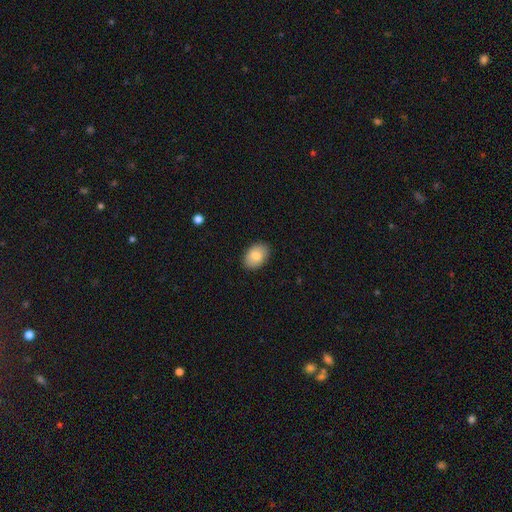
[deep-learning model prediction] Smooth or featured?
  - smooth: 82% *
  - featured or disk: 11%
  - star or artifact: 7%
How rounded?
  - in between: 85% *
  - round: 14%
  - cigar-shaped: 1%
Merging?
  - none: 87% *
  - minor disturbance: 10%
  - major disturbance: 2%
  - merger: 1%